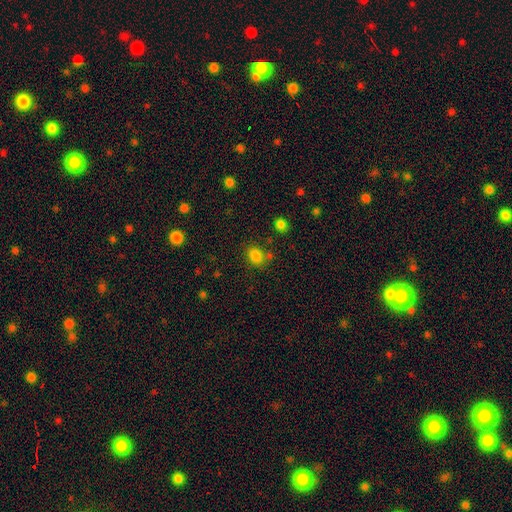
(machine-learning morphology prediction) smooth 82%, star or artifact 13%, featured or disk 5%. Down the decision tree: how rounded — in between (54%); merging — none (71%).